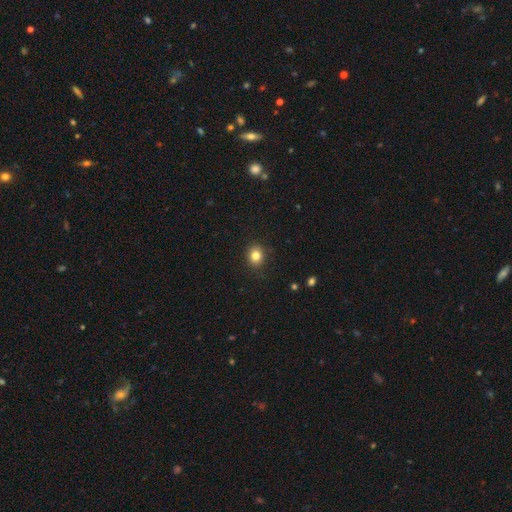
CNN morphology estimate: smooth-or-featured: smooth: 82% | star or artifact: 12% | featured or disk: 6%
  how-rounded: round: 72% | in between: 27% | cigar-shaped: 1%
  merging: none: 89% | minor disturbance: 8% | major disturbance: 2% | merger: 1%